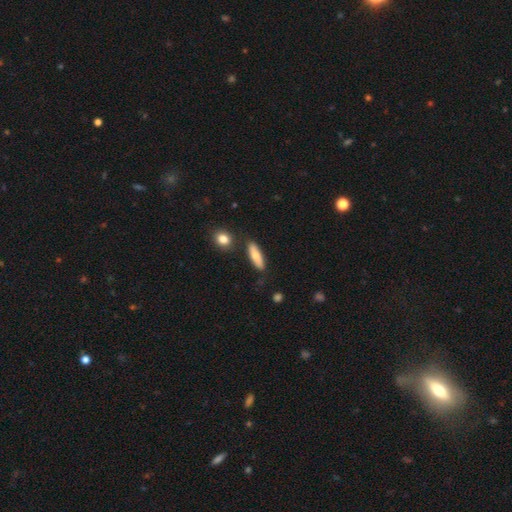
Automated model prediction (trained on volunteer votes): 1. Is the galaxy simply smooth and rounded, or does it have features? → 72% smooth, 22% featured or disk, 6% star or artifact.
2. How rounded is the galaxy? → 57% cigar-shaped, 40% in between, 2% round.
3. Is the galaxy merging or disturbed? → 80% none, 12% minor disturbance, 5% merger, 3% major disturbance.